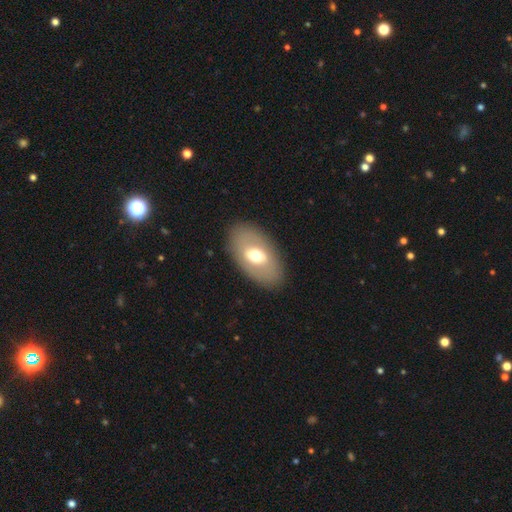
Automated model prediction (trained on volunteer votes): Morphology: type=smooth (55%); roundness=in between (91%); merging=none (85%).